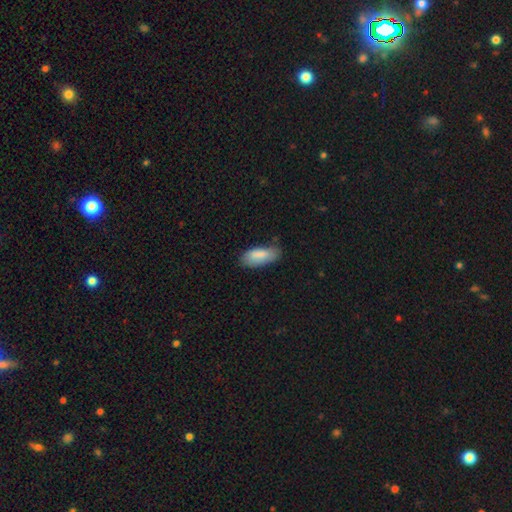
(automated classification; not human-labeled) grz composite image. It shows a smooth galaxy with no disk features (84%) that is in between round and cigar-shaped (80%). Merging: none (71%).